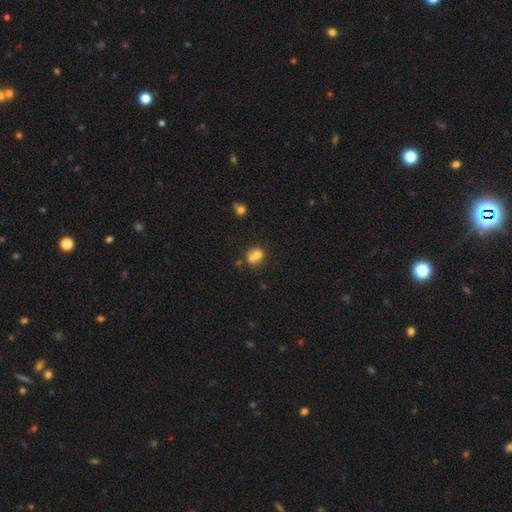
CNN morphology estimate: Smooth or featured?
  - smooth: 67% *
  - featured or disk: 21%
  - star or artifact: 13%
How rounded?
  - round: 69% *
  - in between: 30%
  - cigar-shaped: 1%
Merging?
  - merger: 57% *
  - none: 30%
  - minor disturbance: 8%
  - major disturbance: 5%